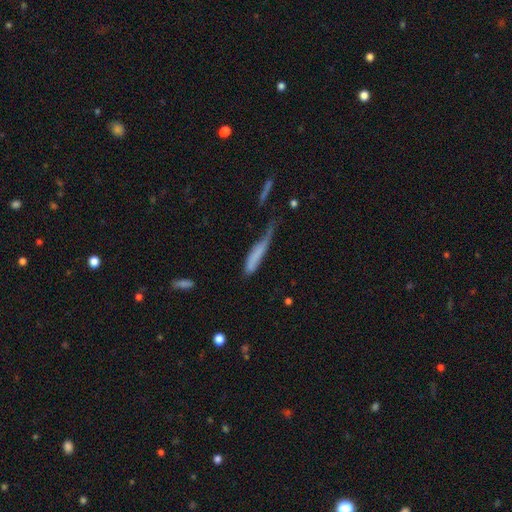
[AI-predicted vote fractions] This appears to be a smooth galaxy with no disk features (65%) that is cigar-shaped (82%). Merging: major disturbance (38%).